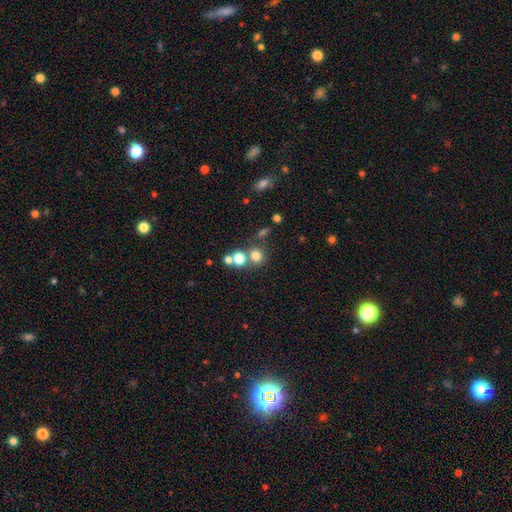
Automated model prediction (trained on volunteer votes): Smooth or featured? Predicted: smooth (p=0.72). How rounded? Predicted: round (p=0.85). Merging? Predicted: none (p=0.63).